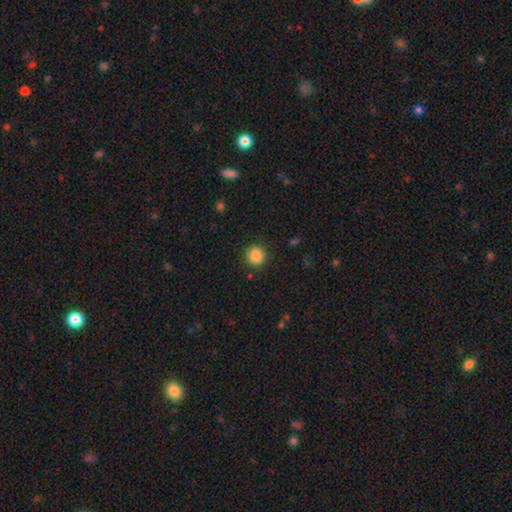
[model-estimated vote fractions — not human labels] Overall: smooth (87%). How rounded: round (93%). Merging: none (89%).